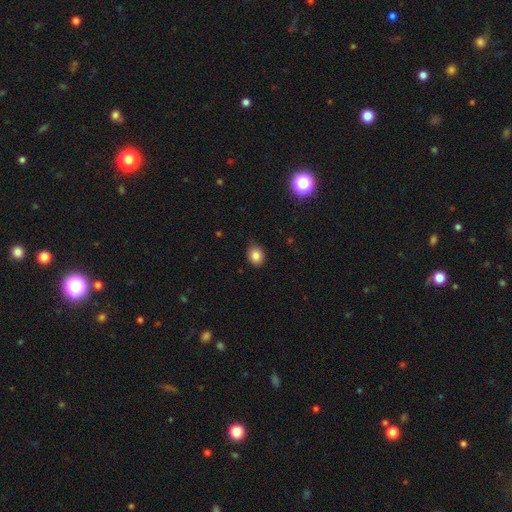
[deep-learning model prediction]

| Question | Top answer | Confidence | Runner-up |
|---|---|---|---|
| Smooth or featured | smooth | 83% | star or artifact (11%) |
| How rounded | round | 57% | in between (42%) |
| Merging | none | 77% | minor disturbance (19%) |